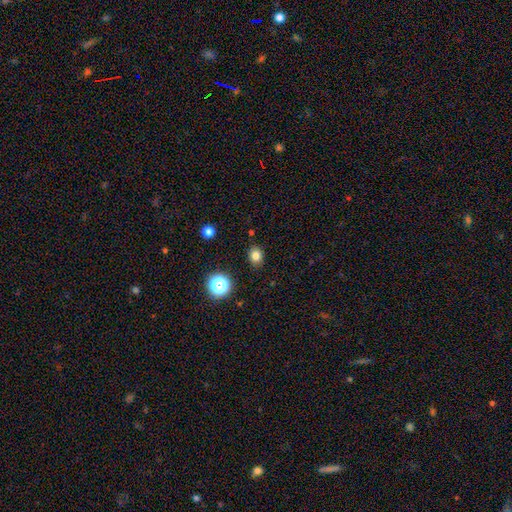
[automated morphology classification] A smooth galaxy with no disk features (79%) that is round (53%).

Vote fractions:
- Smooth or featured? smooth: 79% / star or artifact: 15% / featured or disk: 7%
- How rounded? round: 53% / in between: 46% / cigar-shaped: 1%
- Merging? none: 88% / minor disturbance: 8% / major disturbance: 2% / merger: 1%